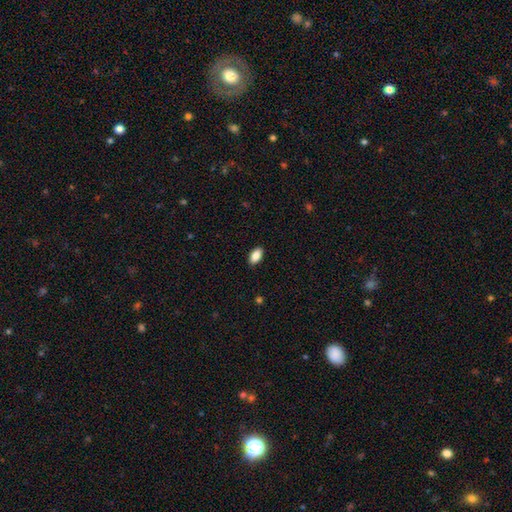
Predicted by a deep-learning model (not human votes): Overall: smooth (87%). How rounded: in between (93%). Merging: none (90%).